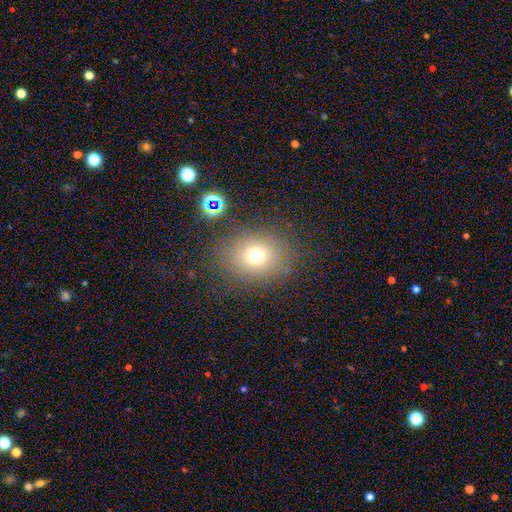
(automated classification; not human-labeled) A smooth galaxy with no disk features (71%) that is round (59%). Merging: none (81%).